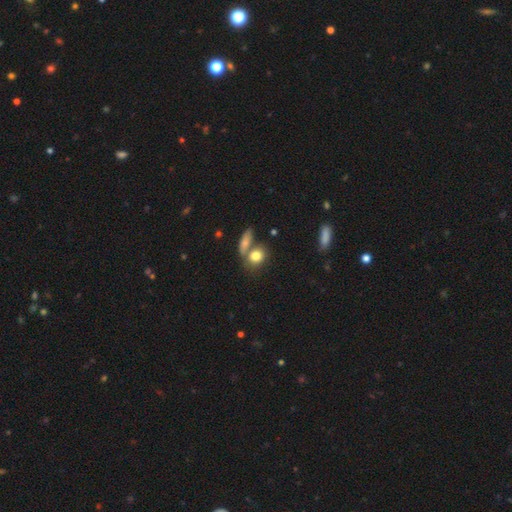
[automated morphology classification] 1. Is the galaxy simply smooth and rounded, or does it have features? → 79% smooth, 12% featured or disk, 9% star or artifact.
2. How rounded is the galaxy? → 51% round, 45% in between, 4% cigar-shaped.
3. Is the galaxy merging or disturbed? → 47% none, 38% merger, 11% minor disturbance, 5% major disturbance.